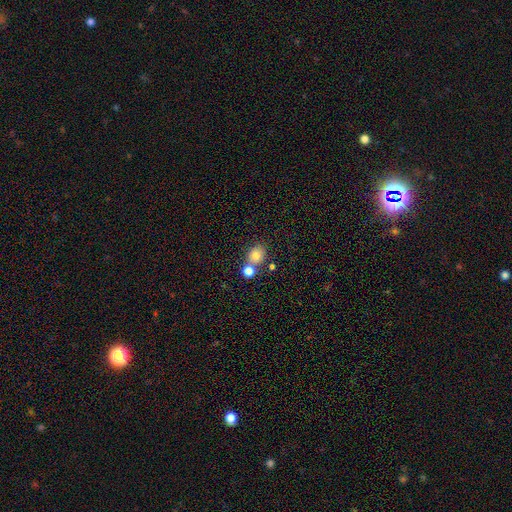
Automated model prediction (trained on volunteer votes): Overall: smooth (78%). How rounded: round (66%; in between 33%). Merging: none (58%; merger 30%).